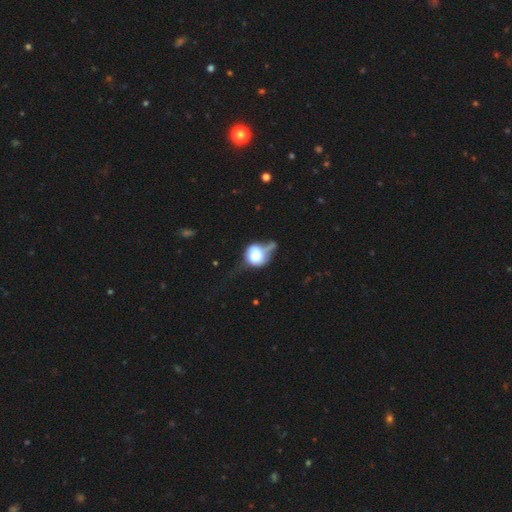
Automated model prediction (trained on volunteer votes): A smooth galaxy with no disk features (57%) that is round (66%).

Vote fractions:
- Smooth or featured? smooth: 57% / featured or disk: 34% / star or artifact: 9%
- How rounded? round: 66% / in between: 32% / cigar-shaped: 2%
- Merging? major disturbance: 32% / minor disturbance: 24% / merger: 23% / none: 22%